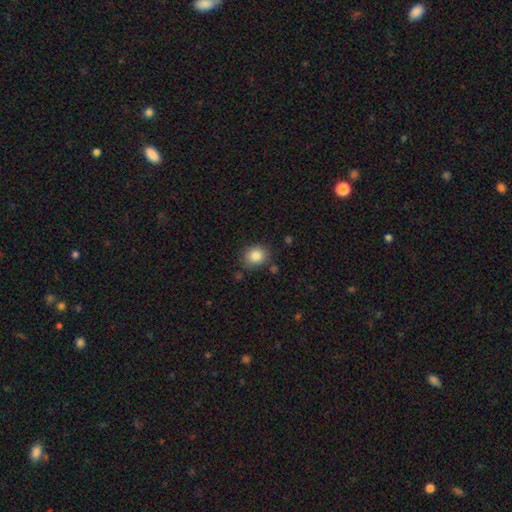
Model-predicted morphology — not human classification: type=smooth (85%); roundness=round (71%); merging=none (80%).